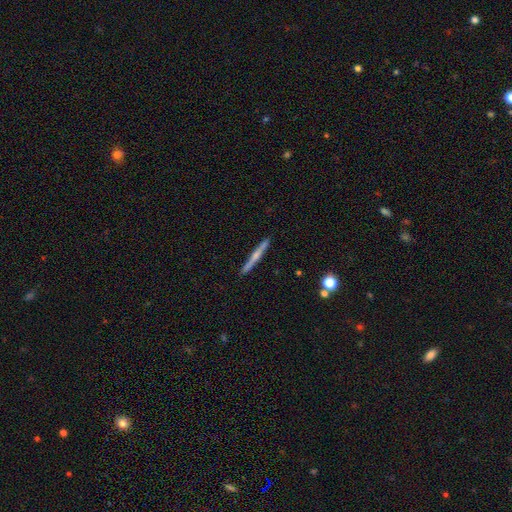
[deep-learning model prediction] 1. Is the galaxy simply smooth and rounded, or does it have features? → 59% featured or disk, 35% smooth, 6% star or artifact.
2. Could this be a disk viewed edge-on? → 98% yes, 2% no.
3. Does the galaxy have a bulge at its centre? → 62% rounded, 31% none, 7% boxy.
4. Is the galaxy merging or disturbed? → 91% none, 7% minor disturbance, 1% merger, 1% major disturbance.